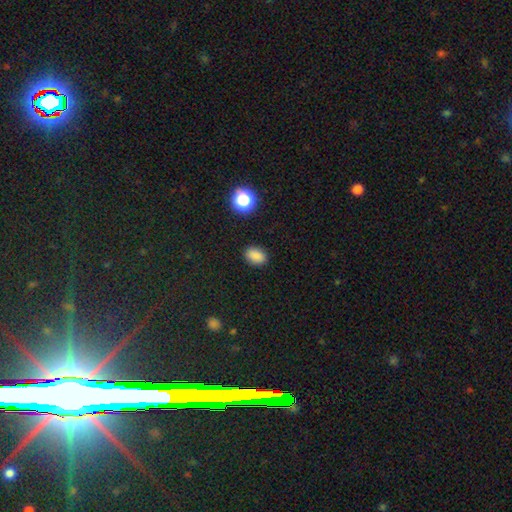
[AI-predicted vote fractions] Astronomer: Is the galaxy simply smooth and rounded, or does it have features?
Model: smooth — 85%.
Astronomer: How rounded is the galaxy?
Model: in between — 80%.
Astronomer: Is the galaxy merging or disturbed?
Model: none — 87%.